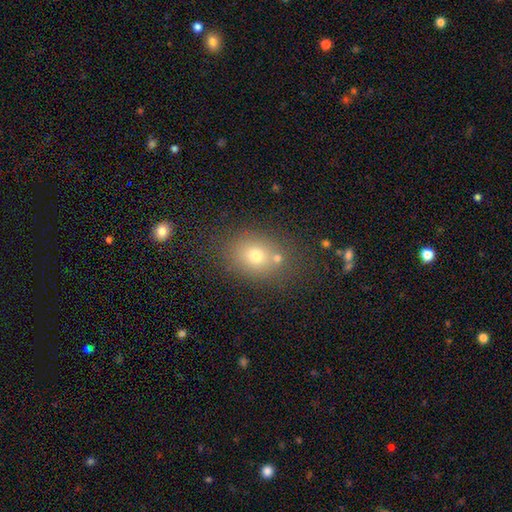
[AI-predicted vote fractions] This appears to be a smooth galaxy with no disk features (70%) that is round (56%). Merging: none (69%).